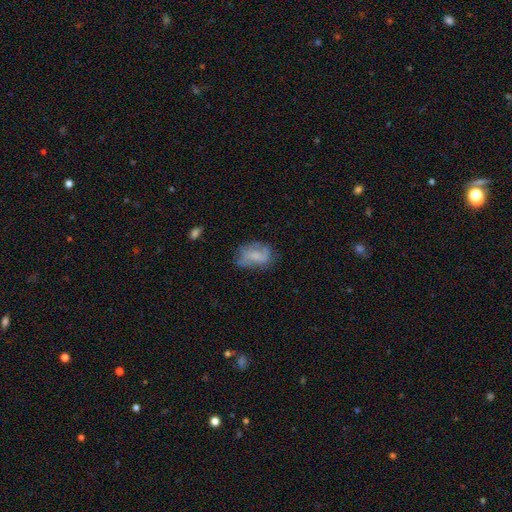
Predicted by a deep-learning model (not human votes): This is possibly a smooth galaxy (58%). How rounded: clearly in between (86%). Merging: possibly none (48%).